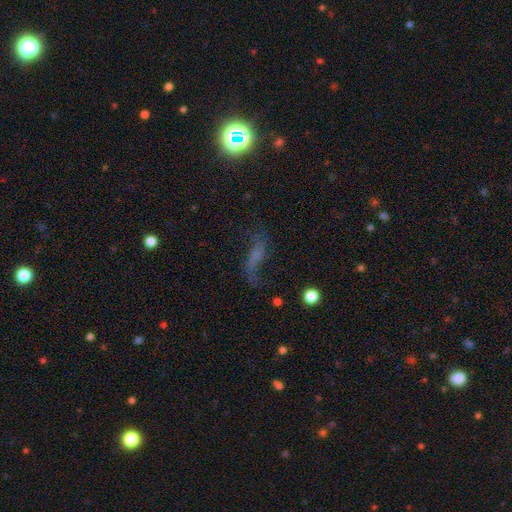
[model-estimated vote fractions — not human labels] Smooth or featured? Predicted: featured or disk (p=0.48). Merging? Predicted: none (p=0.52).